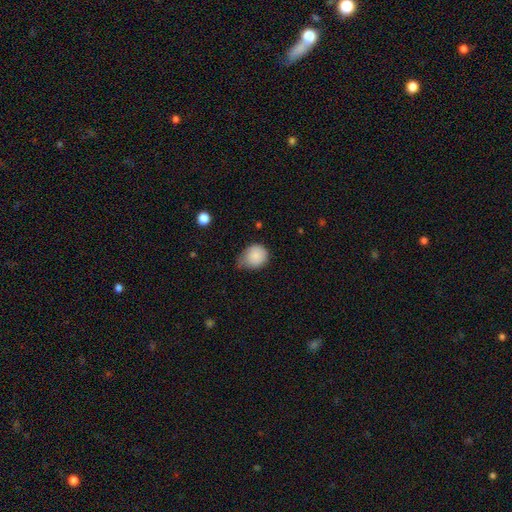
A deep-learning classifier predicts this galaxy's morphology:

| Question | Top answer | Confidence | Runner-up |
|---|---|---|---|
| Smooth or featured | smooth | 86% | star or artifact (8%) |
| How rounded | round | 68% | in between (31%) |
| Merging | minor disturbance | 47% | none (40%) |